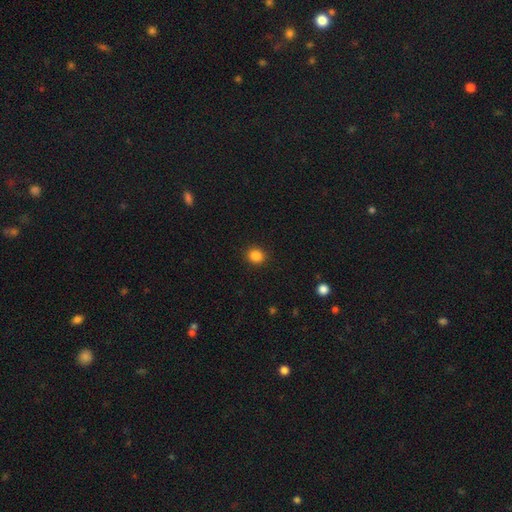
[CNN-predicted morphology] A smooth galaxy with no disk features (85%) that is round (81%).

Vote fractions:
- Smooth or featured? smooth: 85% / star or artifact: 11% / featured or disk: 4%
- How rounded? round: 81% / in between: 18% / cigar-shaped: 1%
- Merging? none: 92% / minor disturbance: 6% / major disturbance: 2% / merger: 1%